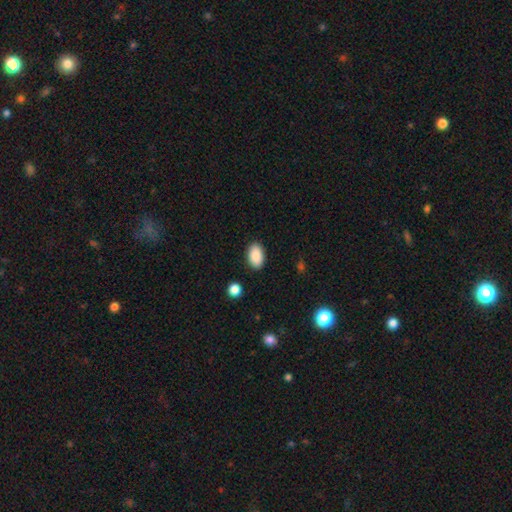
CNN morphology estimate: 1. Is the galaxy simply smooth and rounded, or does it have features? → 89% smooth, 7% star or artifact, 4% featured or disk.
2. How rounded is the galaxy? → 93% in between, 5% round, 2% cigar-shaped.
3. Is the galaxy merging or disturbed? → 88% none, 8% minor disturbance, 2% major disturbance, 2% merger.